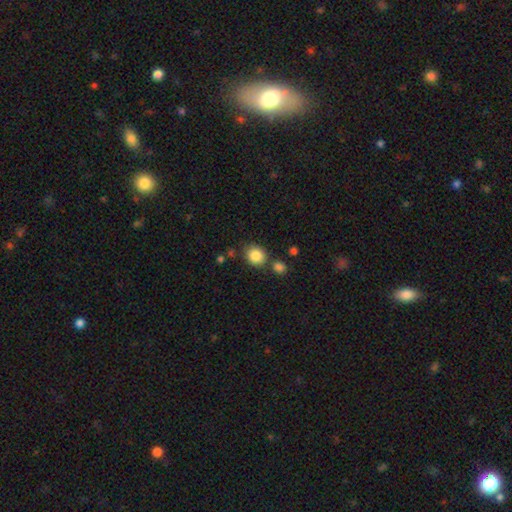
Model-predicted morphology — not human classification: This is clearly a smooth galaxy (85%). How rounded: likely round (73%). Merging: likely none (74%).